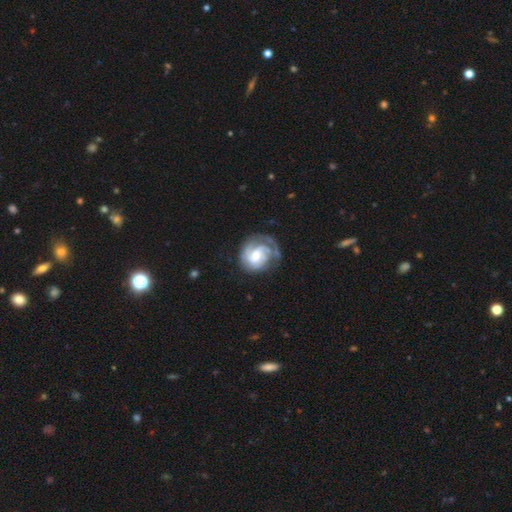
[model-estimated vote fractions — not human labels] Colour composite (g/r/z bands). It shows a featured or disk galaxy (86%) with a weak bar (47%), 2 (46%) tight (59%) spiral arms (97%) and a moderate central bulge (54%). Merging: none (61%).